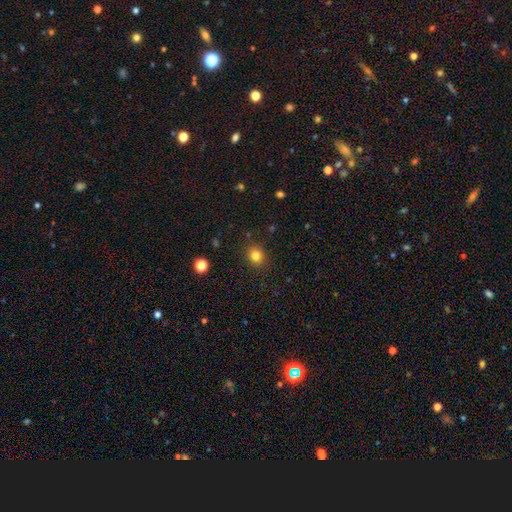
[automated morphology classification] Smooth or featured? Predicted: smooth (p=0.82). How rounded? Predicted: round (p=0.74). Merging? Predicted: none (p=0.88).